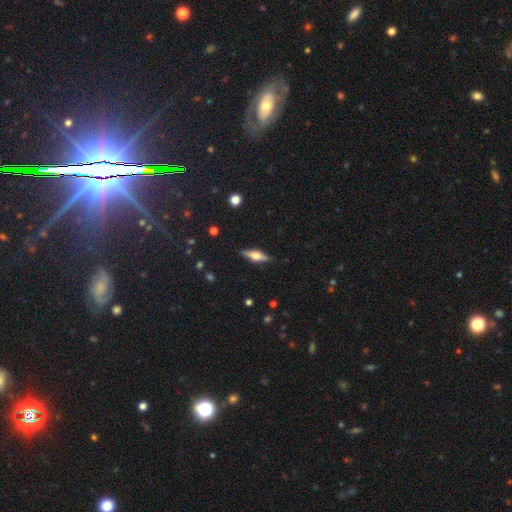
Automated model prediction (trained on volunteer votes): Smooth or featured?
  - featured or disk: 60% *
  - smooth: 33%
  - star or artifact: 7%
Edge-on disk?
  - yes: 96% *
  - no: 4%
Edge-on bulge?
  - rounded: 86% *
  - boxy: 12%
  - none: 3%
Merging?
  - none: 87% *
  - minor disturbance: 9%
  - major disturbance: 2%
  - merger: 1%